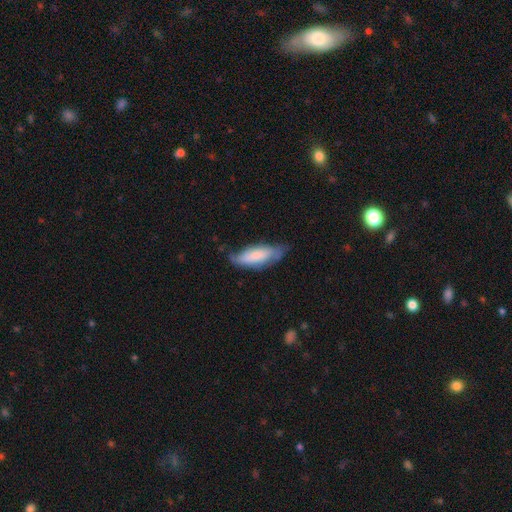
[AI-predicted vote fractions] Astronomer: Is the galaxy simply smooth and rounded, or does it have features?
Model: smooth — 69%.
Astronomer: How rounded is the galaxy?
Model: in between — 61% (runner-up: cigar-shaped, 37%).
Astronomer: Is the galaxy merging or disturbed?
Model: none — 52% (runner-up: minor disturbance, 36%).